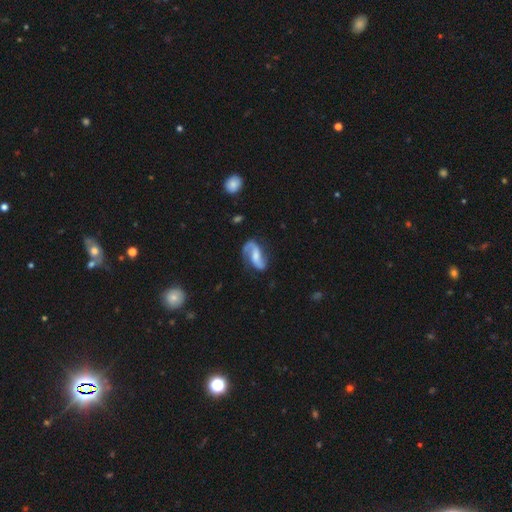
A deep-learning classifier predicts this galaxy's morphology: featured or disk 86%, smooth 9%, star or artifact 5%. Down the decision tree: edge-on disk — no (97%); bar — weak (42%); spiral arms — yes (96%); spiral arm count — 2 (90%); spiral winding — loose (55%); bulge size — moderate (40%); merging — none (71%).